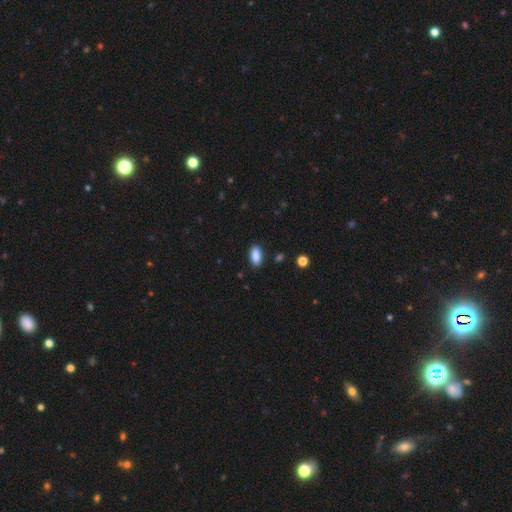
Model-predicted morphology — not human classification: smooth-or-featured: smooth: 88% | star or artifact: 7% | featured or disk: 5%
  how-rounded: in between: 91% | cigar-shaped: 6% | round: 3%
  merging: none: 88% | minor disturbance: 9% | major disturbance: 2% | merger: 1%